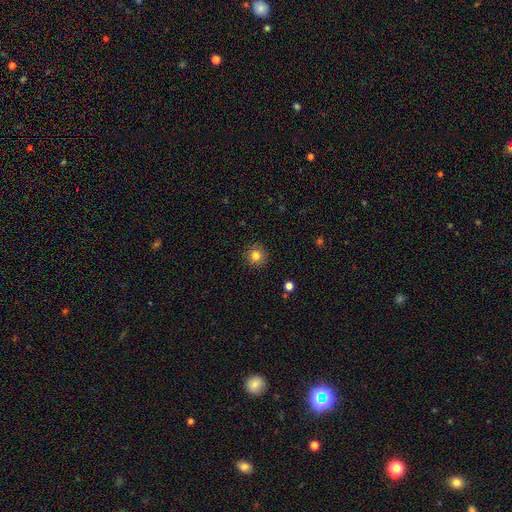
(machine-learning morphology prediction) A smooth galaxy with no disk features (82%) that is round (94%). Merging: none (90%).